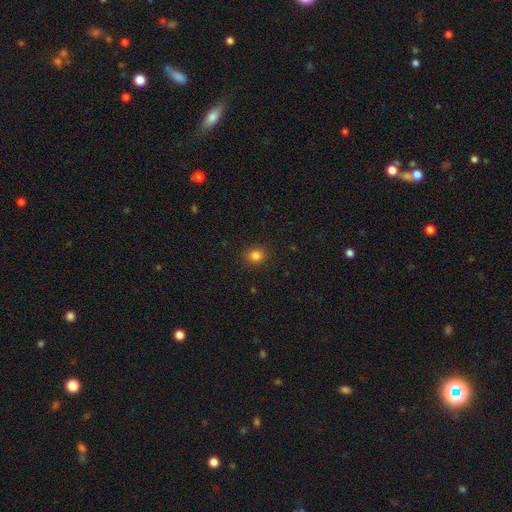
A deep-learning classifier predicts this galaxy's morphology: Overall: smooth (83%). How rounded: round (77%). Merging: none (90%).